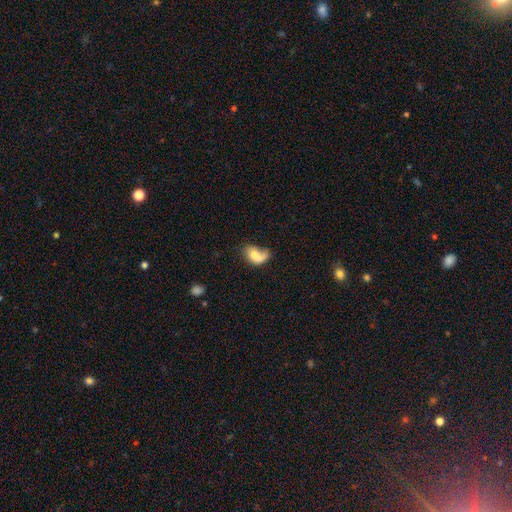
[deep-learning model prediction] This is likely a smooth galaxy (61%). How rounded: clearly in between (83%). Merging: marginally none (29%).